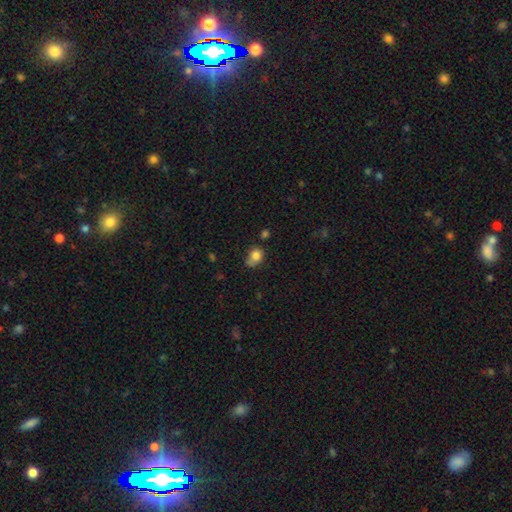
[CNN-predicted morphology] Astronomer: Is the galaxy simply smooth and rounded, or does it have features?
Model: smooth — 81%.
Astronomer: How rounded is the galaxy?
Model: round — 57% (runner-up: in between, 42%).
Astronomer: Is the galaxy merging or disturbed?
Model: none — 46% (runner-up: minor disturbance, 33%).